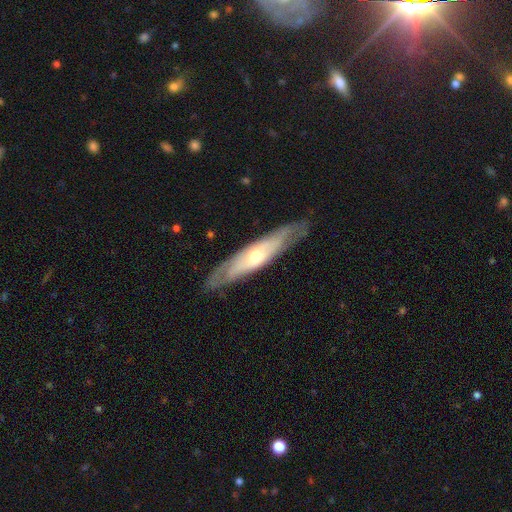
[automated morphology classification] This is likely a featured or disk galaxy (64%). It is possibly viewed edge-on (51%). Merging: clearly none (82%).